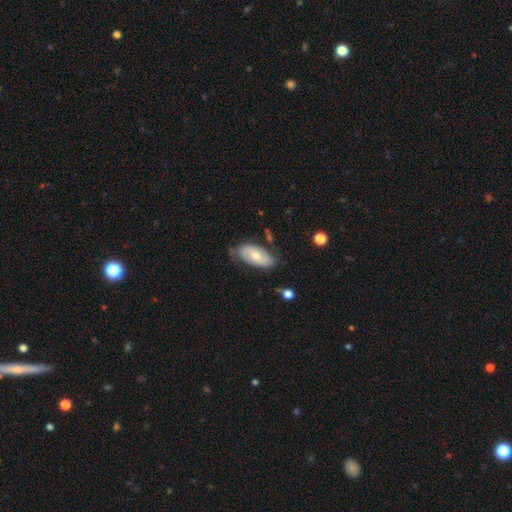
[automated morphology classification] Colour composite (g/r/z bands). It shows a smooth galaxy with no disk features (55%) that is in between round and cigar-shaped (93%). Merging: none (67%).